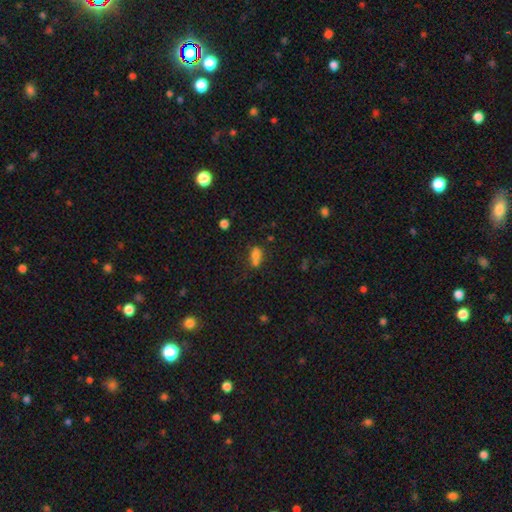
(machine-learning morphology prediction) A smooth galaxy with no disk features (70%) that is in between round and cigar-shaped (72%).

Vote fractions:
- Smooth or featured? smooth: 70% / star or artifact: 15% / featured or disk: 15%
- How rounded? in between: 72% / round: 22% / cigar-shaped: 6%
- Merging? merger: 38% / none: 35% / minor disturbance: 17% / major disturbance: 10%